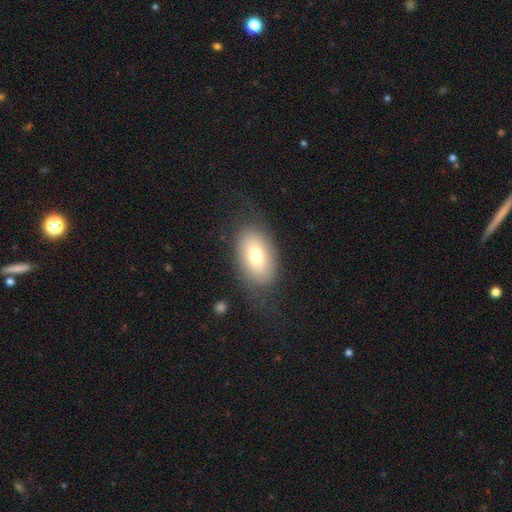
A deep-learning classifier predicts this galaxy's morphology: This is likely a smooth galaxy (70%). How rounded: clearly in between (91%). Merging: likely none (70%).